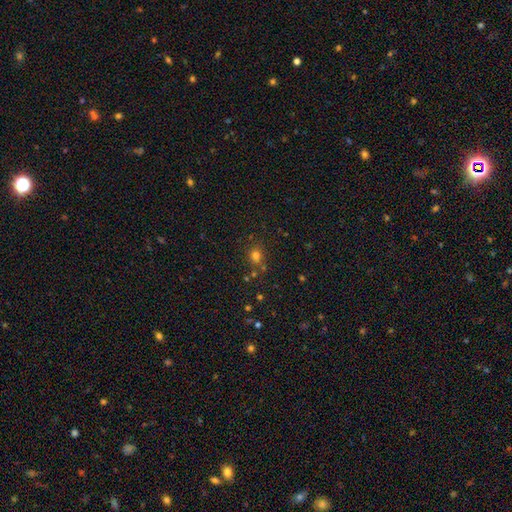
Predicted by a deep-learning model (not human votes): Overall: smooth (72%). How rounded: round (74%). Merging: none (73%).